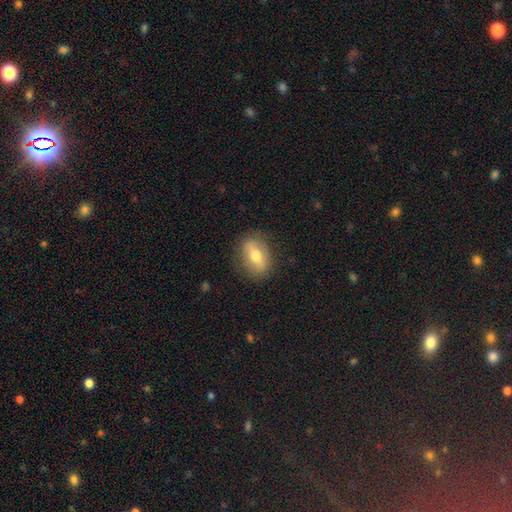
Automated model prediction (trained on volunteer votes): Q: Smooth or featured?
A: smooth (52%); runner-up: featured or disk (40%)
Q: How rounded?
A: in between (74%); runner-up: round (21%)
Q: Merging?
A: none (83%); runner-up: minor disturbance (12%)